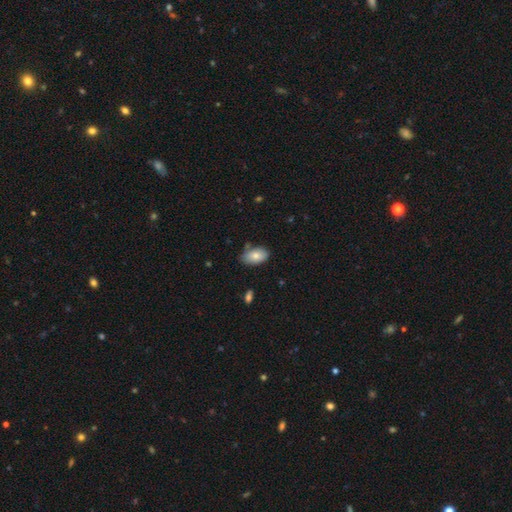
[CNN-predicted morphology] The model was most divided on "merging": none: 74%, minor disturbance: 19%, merger: 4%, major disturbance: 3%. More confident: how rounded — in between (92%); smooth or featured — smooth (79%).